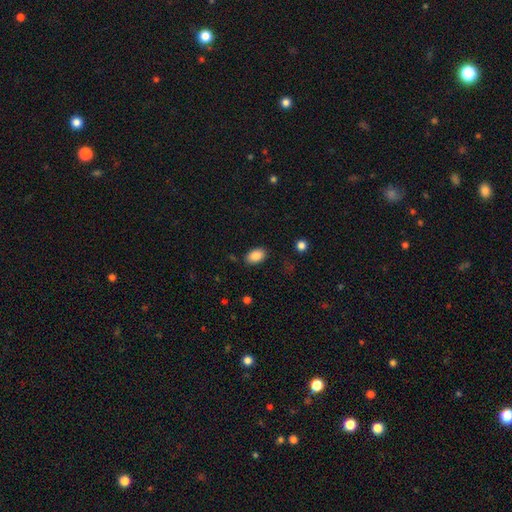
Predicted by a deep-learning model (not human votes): Overall: smooth (87%). How rounded: in between (88%). Merging: none (84%).